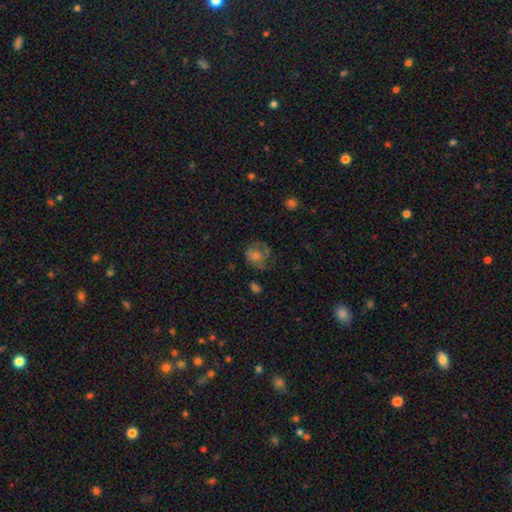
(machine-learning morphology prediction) smooth-or-featured: smooth: 45% | featured or disk: 37% | star or artifact: 18%
  merging: none: 55% | minor disturbance: 23% | major disturbance: 19% | merger: 2%